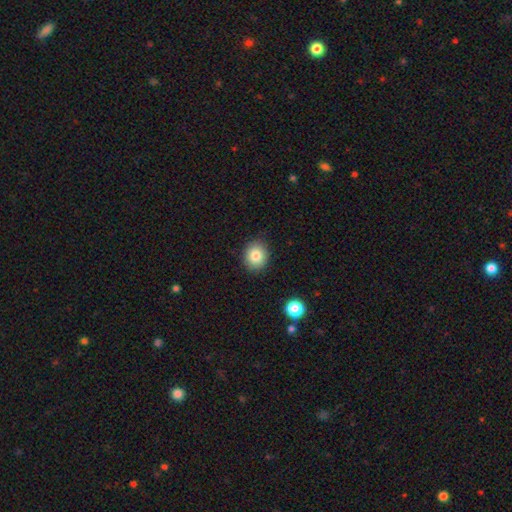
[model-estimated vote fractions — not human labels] smooth-or-featured: smooth: 83% | star or artifact: 10% | featured or disk: 7%
  how-rounded: round: 74% | in between: 25% | cigar-shaped: 1%
  merging: none: 88% | minor disturbance: 8% | major disturbance: 2% | merger: 1%